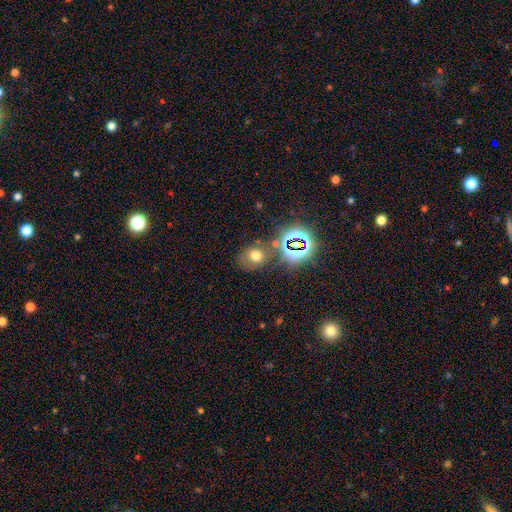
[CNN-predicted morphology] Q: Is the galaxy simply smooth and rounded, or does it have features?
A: smooth — 61%.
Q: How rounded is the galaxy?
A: round — 59%.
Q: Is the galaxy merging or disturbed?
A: none — 67%.